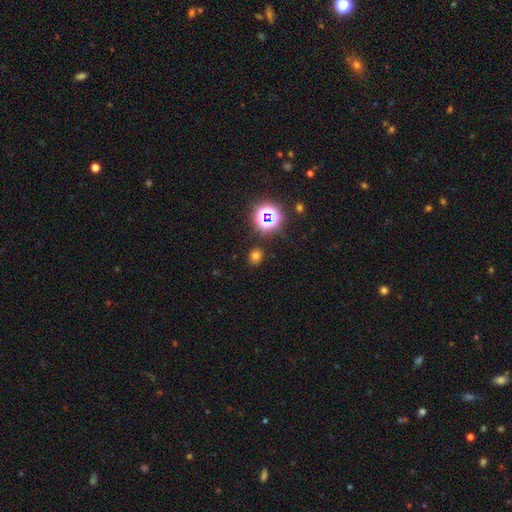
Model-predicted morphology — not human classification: The model was most divided on "how rounded": round: 67%, in between: 32%, cigar-shaped: 1%. More confident: merging — none (85%); smooth or featured — smooth (67%).